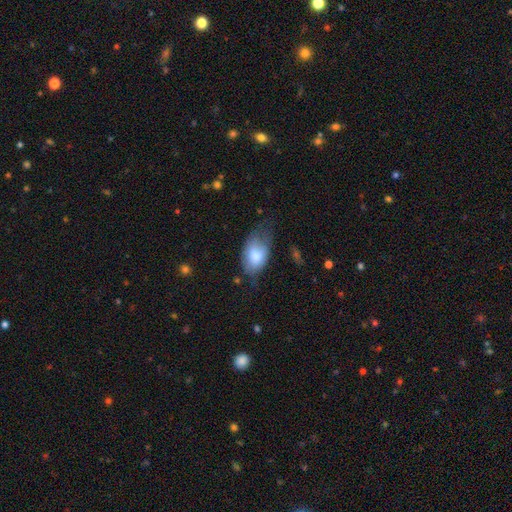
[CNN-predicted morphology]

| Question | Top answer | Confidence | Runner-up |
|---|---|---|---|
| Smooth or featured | smooth | 74% | featured or disk (19%) |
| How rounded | in between | 91% | round (7%) |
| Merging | minor disturbance | 39% | none (33%) |